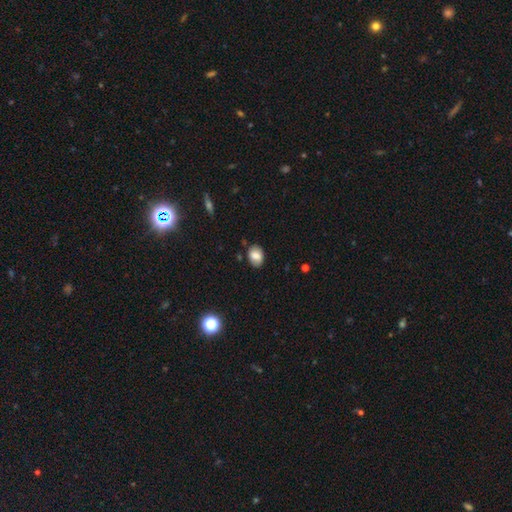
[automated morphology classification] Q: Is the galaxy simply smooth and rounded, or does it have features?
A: smooth — 80%.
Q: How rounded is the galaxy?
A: in between — 73%.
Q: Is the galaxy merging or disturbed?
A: none — 80%.